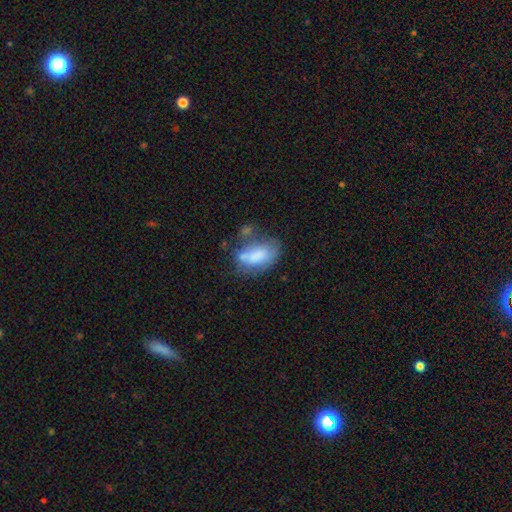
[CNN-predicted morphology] Smooth or featured? smooth (70%)
How rounded? in between (90%)
Merging? none (38%)